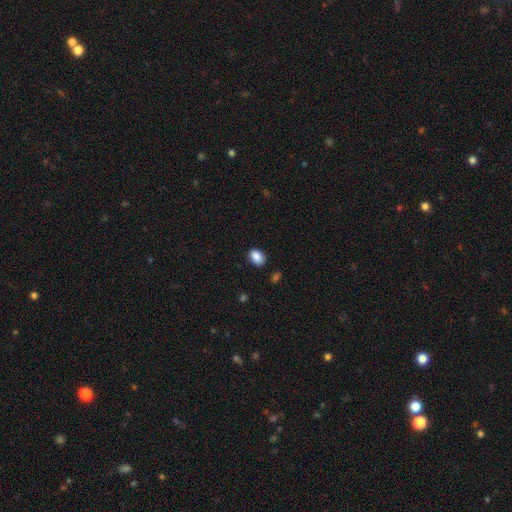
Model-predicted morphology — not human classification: smooth_or_featured: smooth (p=0.88) [alt: star or artifact p=0.08]
how_rounded: in between (p=0.81) [alt: round p=0.17]
merging: none (p=0.86) [alt: minor disturbance p=0.10]